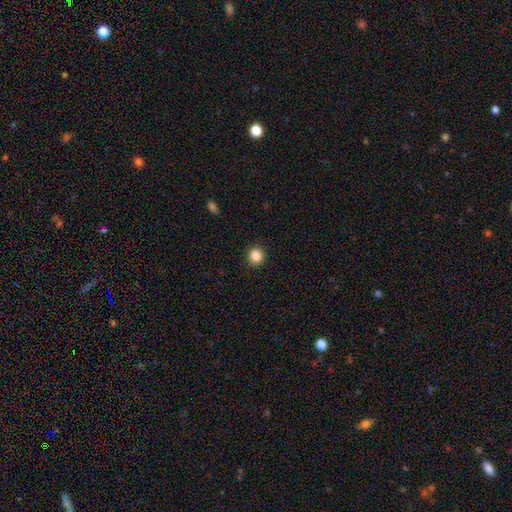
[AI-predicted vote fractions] Morphology: type=smooth (86%); roundness=round (89%); merging=none (92%).